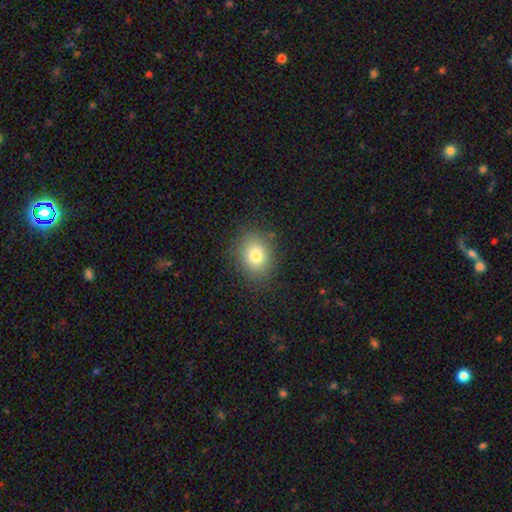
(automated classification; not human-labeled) Overall: smooth (78%). How rounded: round (55%; in between 44%). Merging: none (85%).